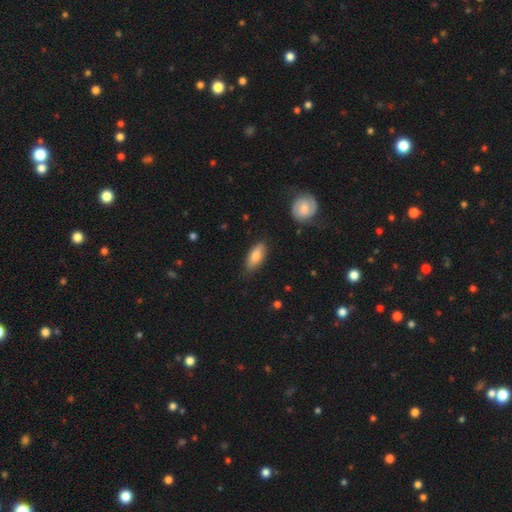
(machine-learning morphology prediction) smooth 77%, featured or disk 17%, star or artifact 6%. Down the decision tree: how rounded — in between (76%); merging — none (80%).